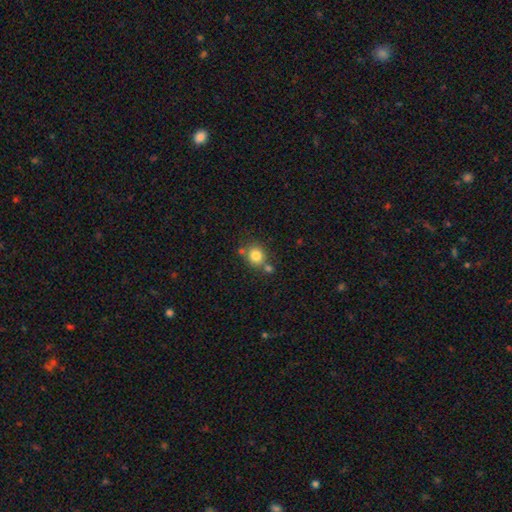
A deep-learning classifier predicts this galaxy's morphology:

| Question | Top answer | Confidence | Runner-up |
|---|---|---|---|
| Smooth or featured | smooth | 82% | star or artifact (11%) |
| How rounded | round | 79% | in between (20%) |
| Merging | none | 64% | merger (20%) |